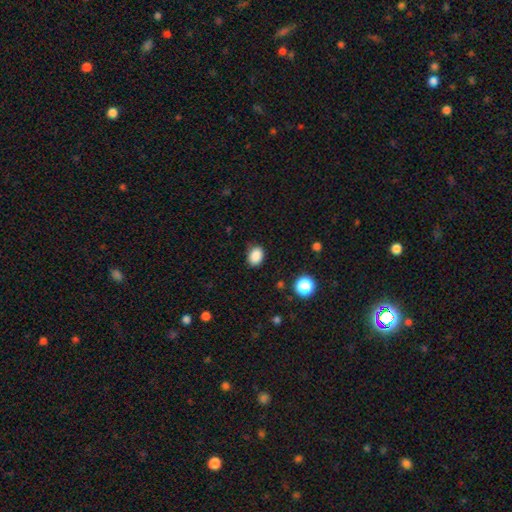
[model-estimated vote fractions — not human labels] Q: Smooth or featured?
A: smooth (87%); runner-up: star or artifact (10%)
Q: How rounded?
A: in between (65%); runner-up: round (34%)
Q: Merging?
A: none (82%); runner-up: minor disturbance (14%)